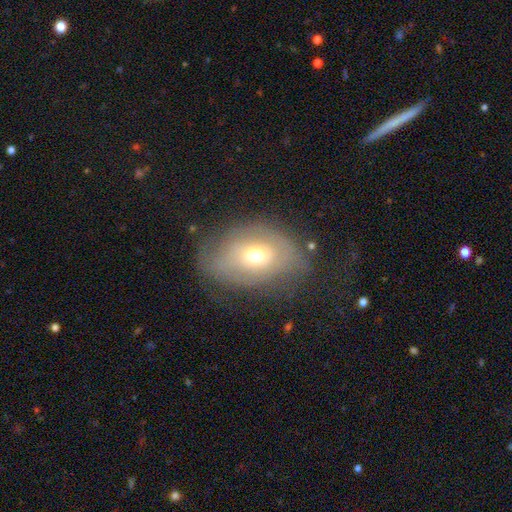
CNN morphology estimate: A smooth galaxy with no disk features (49%). Merging: none (52%).